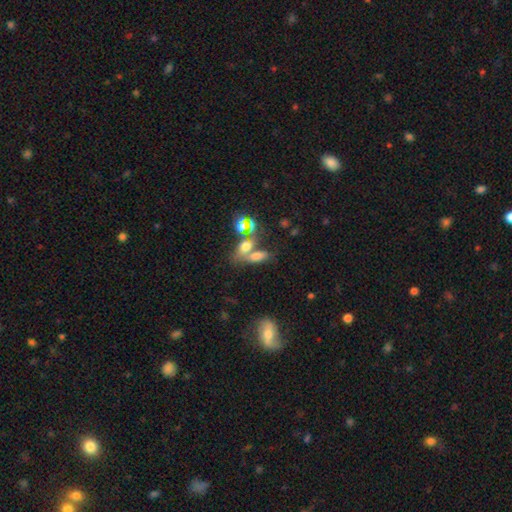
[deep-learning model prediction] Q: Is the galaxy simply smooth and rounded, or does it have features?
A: smooth — 60%.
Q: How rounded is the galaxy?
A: in between — 69%.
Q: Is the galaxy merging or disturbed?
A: merger — 46%.